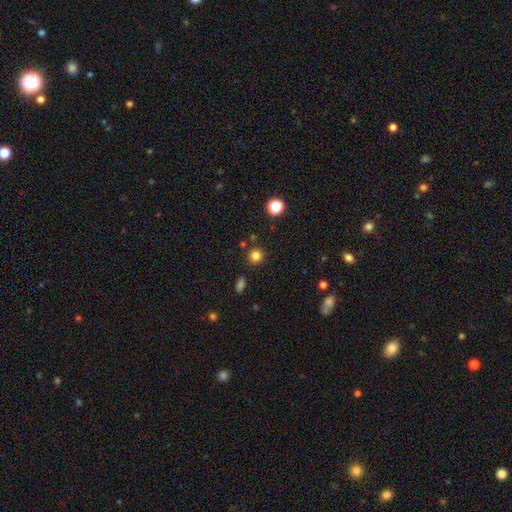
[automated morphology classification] Smooth or featured? smooth (82%)
How rounded? round (93%)
Merging? none (87%)